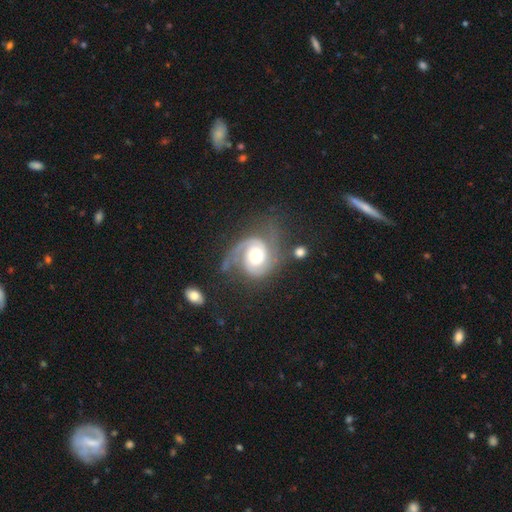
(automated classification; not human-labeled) Smooth or featured: featured or disk — 88% (smooth — 7%)
Edge-on disk: no — 98% (yes — 2%)
Bar: no — 67% (weak — 26%)
Spiral arms: yes — 97% (no — 3%)
Spiral winding: medium — 45% (tight — 41%)
Spiral arm count: 2 — 80% (1 — 9%)
Bulge size: moderate — 65% (large — 25%)
Merging: none — 55% (minor disturbance — 21%)